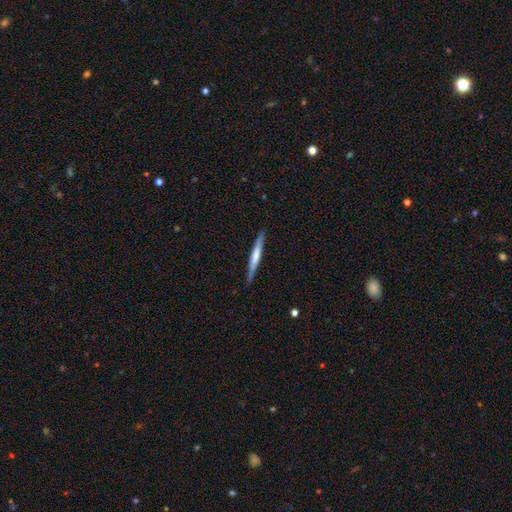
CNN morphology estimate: Smooth or featured? smooth (51%)
How rounded? cigar-shaped (95%)
Merging? none (87%)